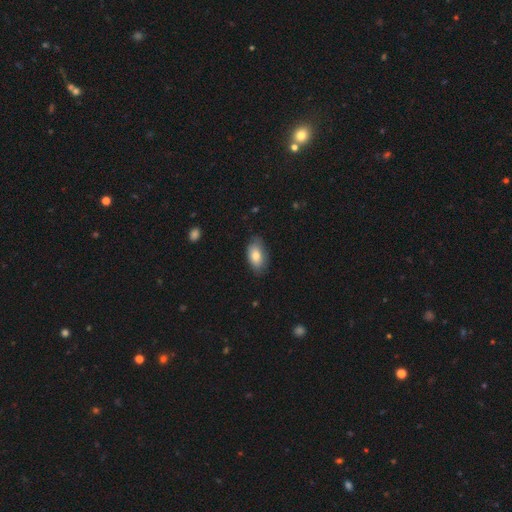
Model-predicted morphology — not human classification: A smooth galaxy with no disk features (78%) that is in between round and cigar-shaped (92%). Merging: none (75%).